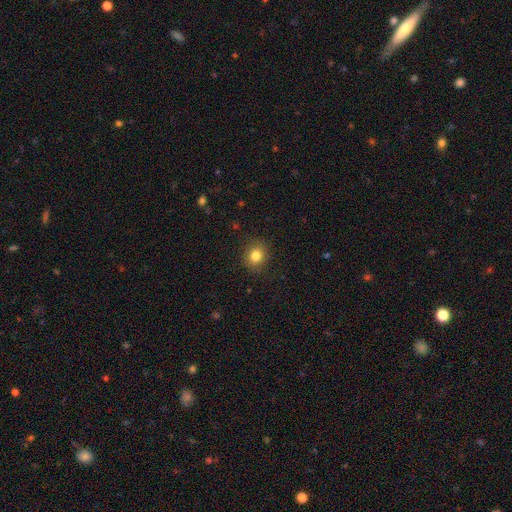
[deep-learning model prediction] This appears to be a smooth galaxy with no disk features (83%) that is round (73%). Merging: none (88%).